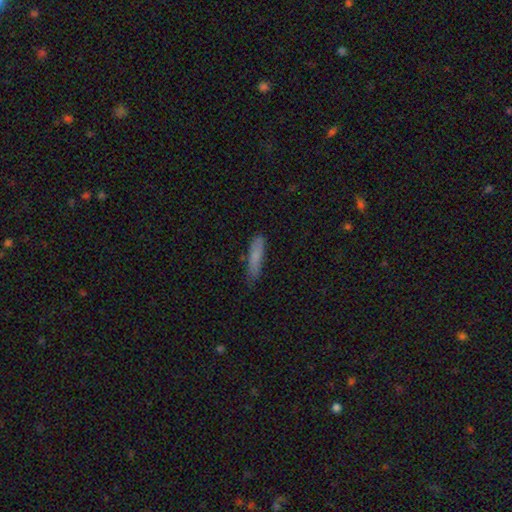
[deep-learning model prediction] Smooth or featured? Predicted: smooth (p=0.77). How rounded? Predicted: cigar-shaped (p=0.82). Merging? Predicted: none (p=0.75).